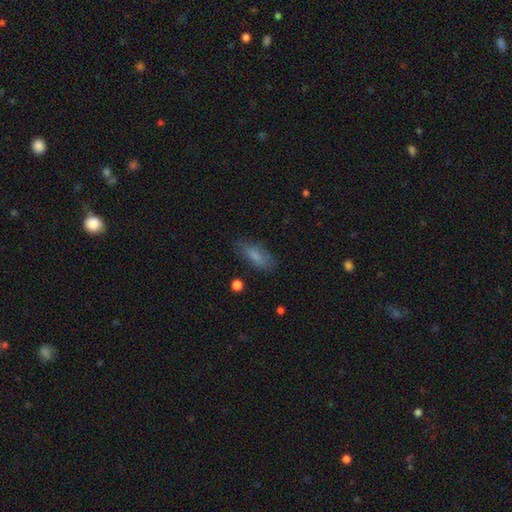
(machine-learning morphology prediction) Smooth or featured? smooth (77%)
How rounded? in between (69%)
Merging? none (75%)